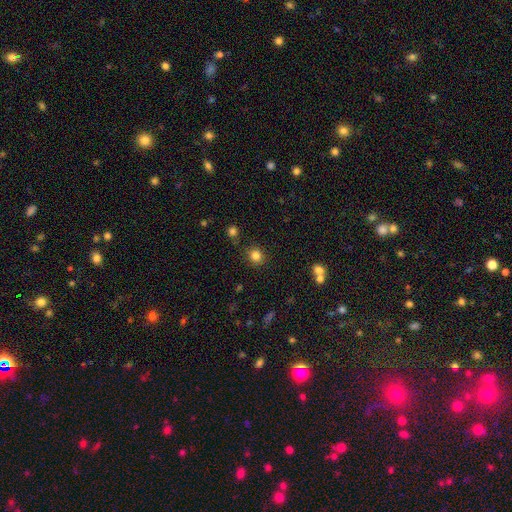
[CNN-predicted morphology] Q: Smooth or featured?
A: smooth (82%); runner-up: star or artifact (13%)
Q: How rounded?
A: round (88%); runner-up: in between (11%)
Q: Merging?
A: none (85%); runner-up: minor disturbance (8%)